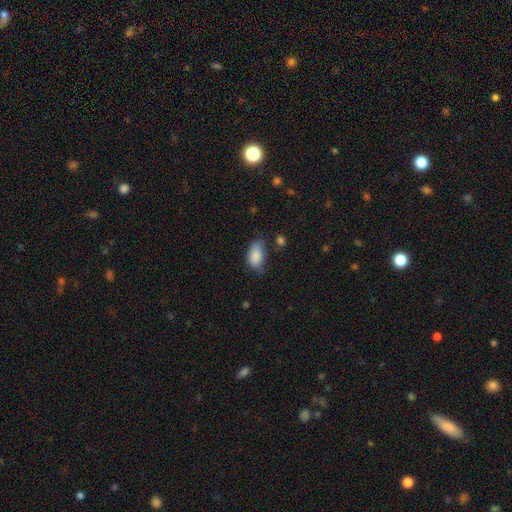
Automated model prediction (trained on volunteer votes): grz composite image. It shows a smooth galaxy with no disk features (87%) that is in between round and cigar-shaped (93%). Merging: none (60%).